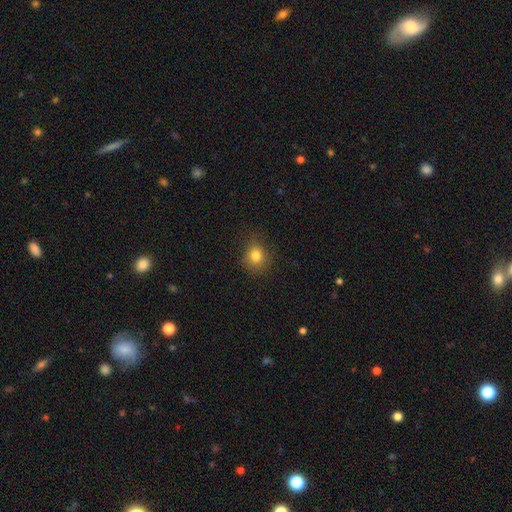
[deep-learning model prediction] smooth 81%, star or artifact 13%, featured or disk 7%. Down the decision tree: how rounded — round (75%); merging — none (78%).